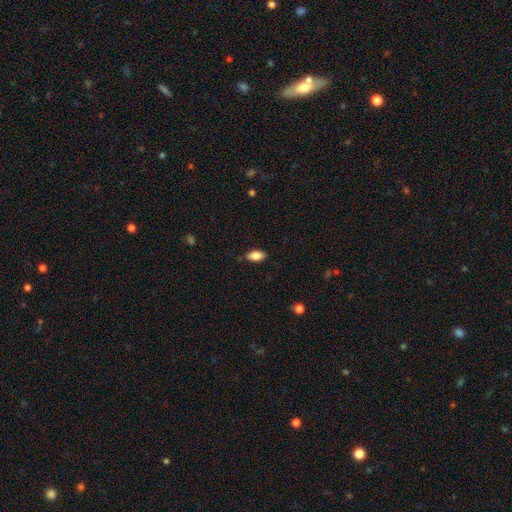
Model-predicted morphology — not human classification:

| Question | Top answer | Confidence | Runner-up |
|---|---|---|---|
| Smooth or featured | smooth | 82% | featured or disk (11%) |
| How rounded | in between | 89% | cigar-shaped (8%) |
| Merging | none | 80% | minor disturbance (16%) |